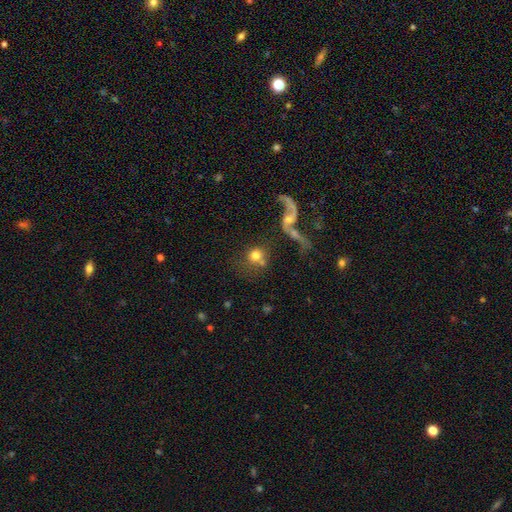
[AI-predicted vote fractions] A smooth galaxy with no disk features (68%) that is round (85%). Merging: none (47%).